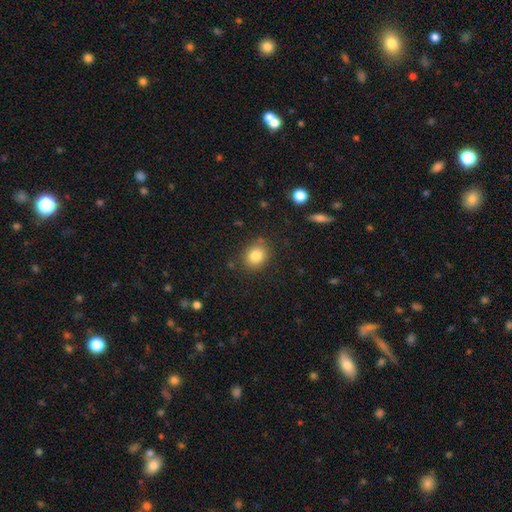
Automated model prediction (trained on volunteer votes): This is clearly a smooth galaxy (82%). How rounded: possibly round (60%). Merging: clearly none (81%).